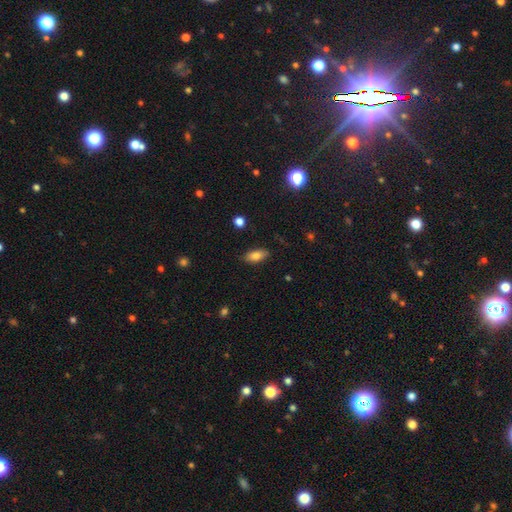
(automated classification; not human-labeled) This is clearly a smooth galaxy (81%). How rounded: clearly in between (88%). Merging: clearly none (84%).